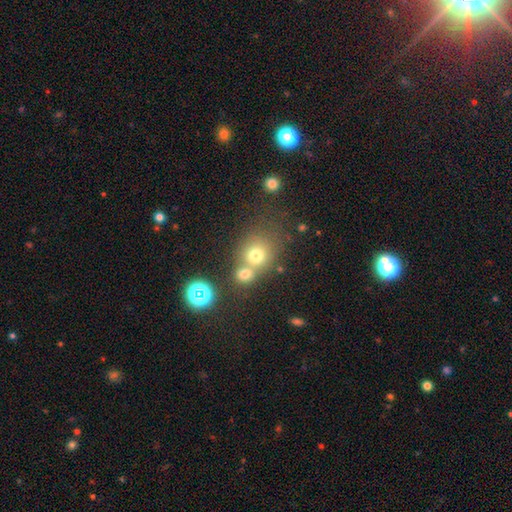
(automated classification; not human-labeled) The model was most divided on "merging": none: 45%, merger: 42%, minor disturbance: 8%, major disturbance: 4%. More confident: how rounded — round (81%); smooth or featured — smooth (70%).